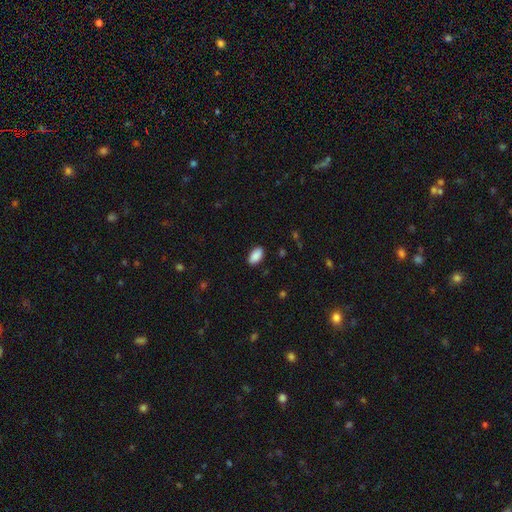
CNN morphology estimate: smooth-or-featured: smooth: 89% | star or artifact: 7% | featured or disk: 4%
  how-rounded: in between: 94% | round: 3% | cigar-shaped: 3%
  merging: none: 88% | minor disturbance: 9% | major disturbance: 2% | merger: 1%